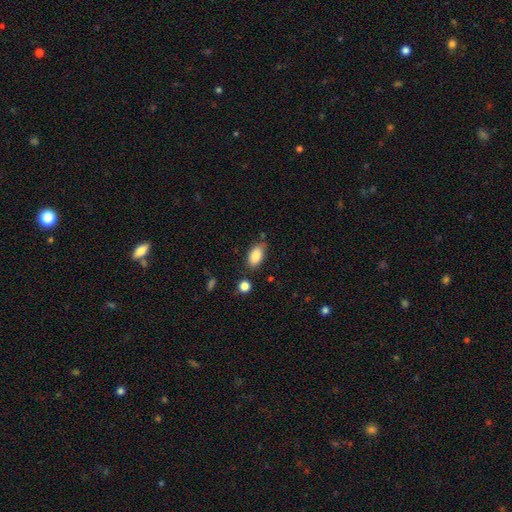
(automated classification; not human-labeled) Morphology: type=smooth (87%); roundness=in between (92%); merging=none (73%).